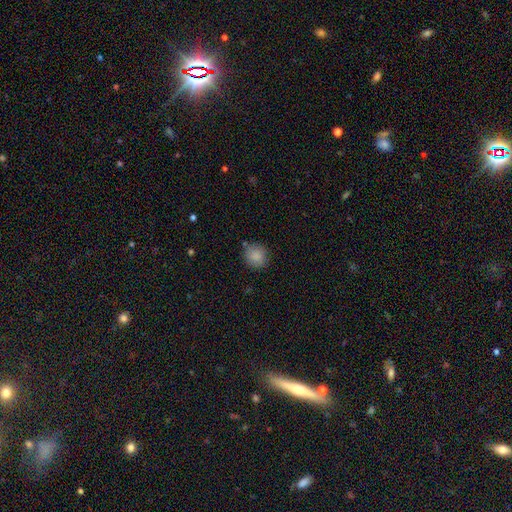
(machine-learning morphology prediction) Overall: smooth (87%). How rounded: round (85%). Merging: none (79%).